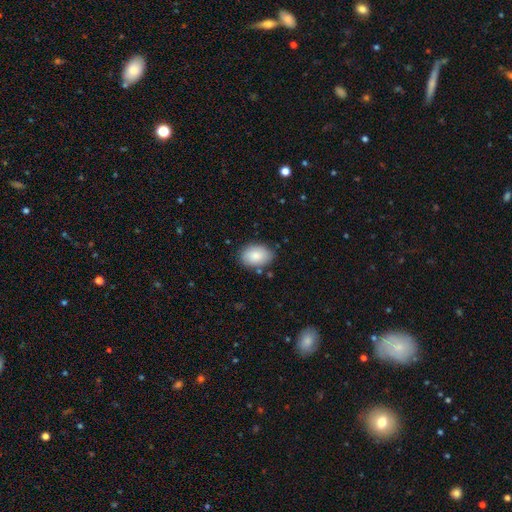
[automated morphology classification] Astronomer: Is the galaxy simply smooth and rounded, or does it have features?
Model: smooth — 86%.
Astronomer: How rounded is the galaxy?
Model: in between — 83%.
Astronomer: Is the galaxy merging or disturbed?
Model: none — 83%.